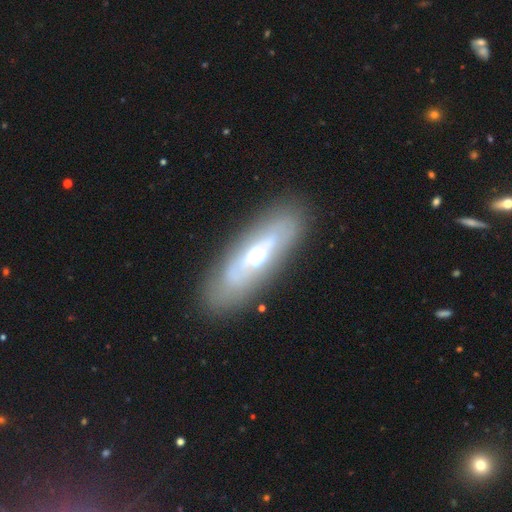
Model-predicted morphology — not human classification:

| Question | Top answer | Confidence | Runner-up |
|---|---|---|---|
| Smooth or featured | featured or disk | 62% | smooth (32%) |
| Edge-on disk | no | 68% | yes (32%) |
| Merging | none | 81% | minor disturbance (12%) |